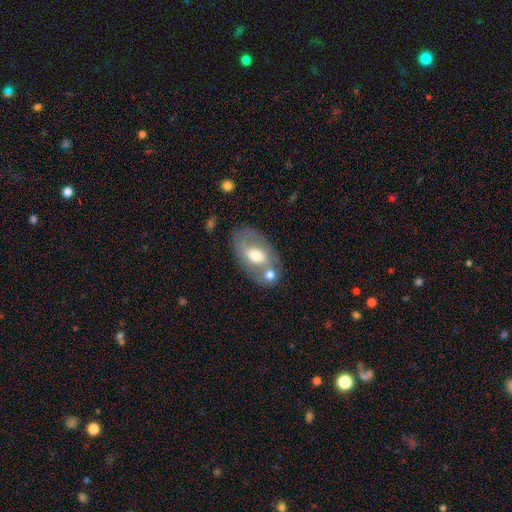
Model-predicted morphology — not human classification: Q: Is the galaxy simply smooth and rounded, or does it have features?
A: smooth — 47%.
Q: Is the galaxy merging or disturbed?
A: none — 54%.